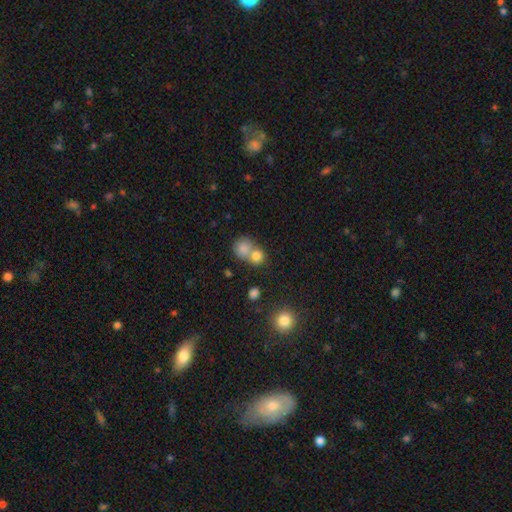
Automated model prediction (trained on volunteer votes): This is clearly a smooth galaxy (80%). How rounded: likely round (78%). Merging: possibly merger (54%).